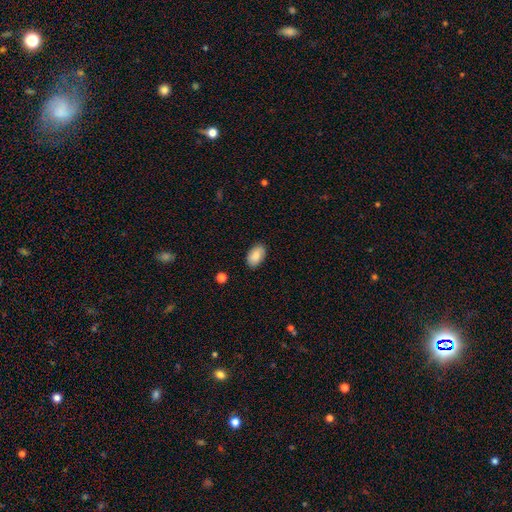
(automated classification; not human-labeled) Smooth or featured?
  - smooth: 85% *
  - featured or disk: 8%
  - star or artifact: 7%
How rounded?
  - in between: 93% *
  - round: 6%
  - cigar-shaped: 1%
Merging?
  - none: 87% *
  - minor disturbance: 10%
  - major disturbance: 2%
  - merger: 1%